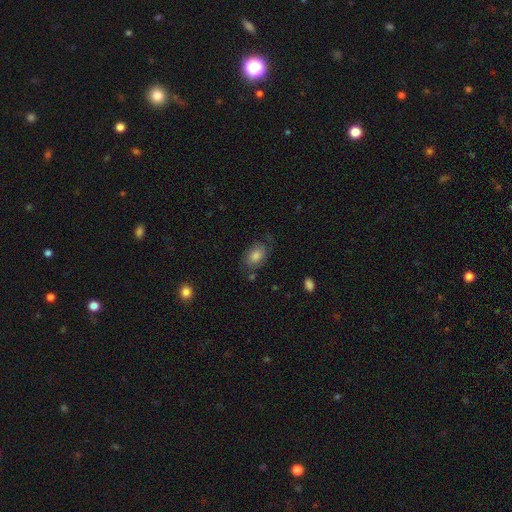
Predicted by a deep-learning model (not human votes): A smooth galaxy with no disk features (70%) that is in between round and cigar-shaped (82%).

Vote fractions:
- Smooth or featured? smooth: 70% / featured or disk: 20% / star or artifact: 10%
- How rounded? in between: 82% / round: 16% / cigar-shaped: 2%
- Merging? none: 66% / minor disturbance: 22% / major disturbance: 9% / merger: 3%